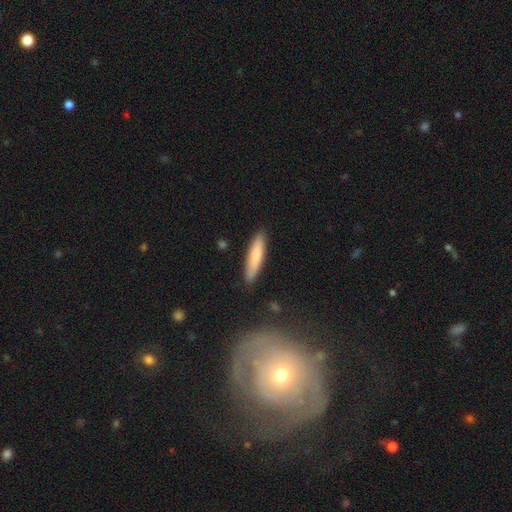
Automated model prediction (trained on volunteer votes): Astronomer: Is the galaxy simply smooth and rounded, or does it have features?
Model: smooth — 79%.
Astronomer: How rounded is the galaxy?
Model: cigar-shaped — 82%.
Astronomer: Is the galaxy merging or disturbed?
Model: none — 88%.